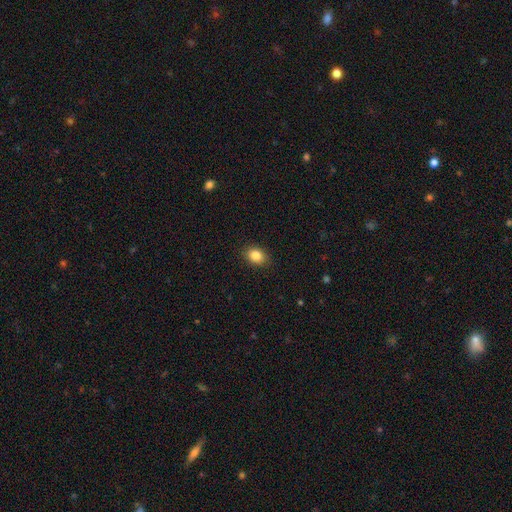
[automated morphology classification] type=smooth (85%); roundness=in between (66%); merging=none (88%).